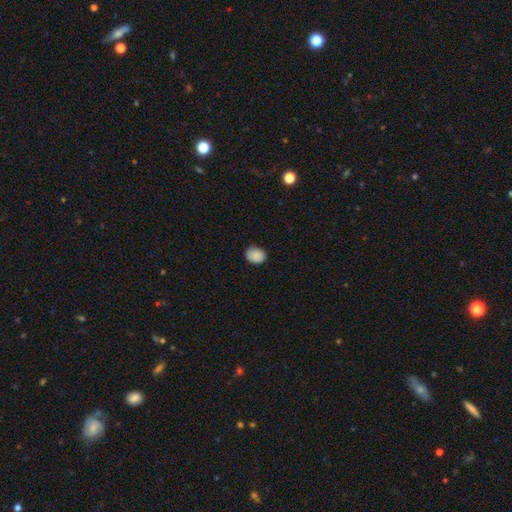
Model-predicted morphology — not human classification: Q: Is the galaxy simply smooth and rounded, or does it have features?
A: smooth — 88%.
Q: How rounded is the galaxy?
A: in between — 54%.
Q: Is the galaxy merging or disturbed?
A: none — 78%.